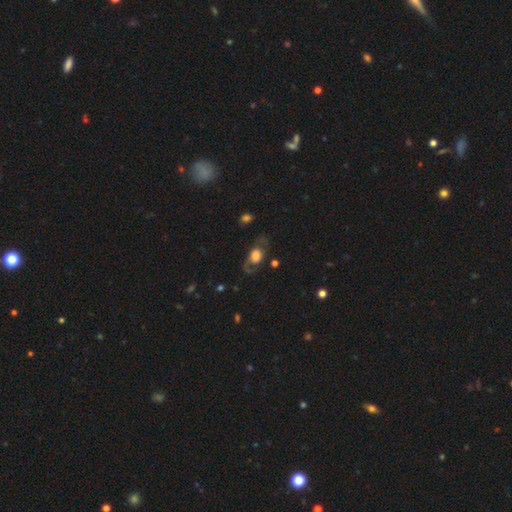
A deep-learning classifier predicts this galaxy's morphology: smooth_or_featured: featured or disk (p=0.50) [alt: smooth p=0.41]
disk_edge_on: no (p=0.88) [alt: yes p=0.12]
merging: none (p=0.59) [alt: major disturbance p=0.20]